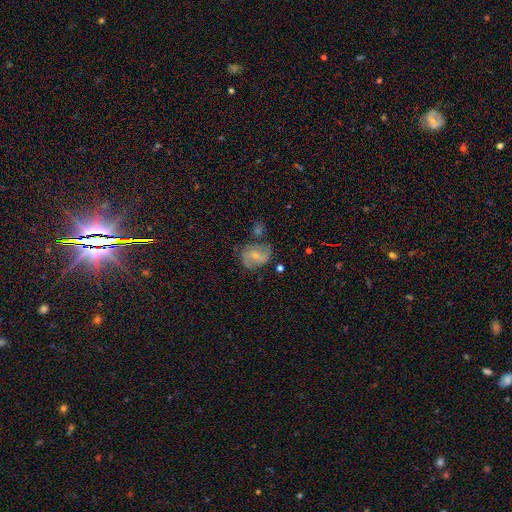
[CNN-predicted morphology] The model was most divided on "bar": no: 48%, weak: 43%, strong: 9%. More confident: edge-on disk — no (98%); spiral arms — yes (91%); spiral arm count — 2 (82%); smooth or featured — featured or disk (71%); merging — none (61%); bulge size — small (58%); spiral winding — medium (51%).